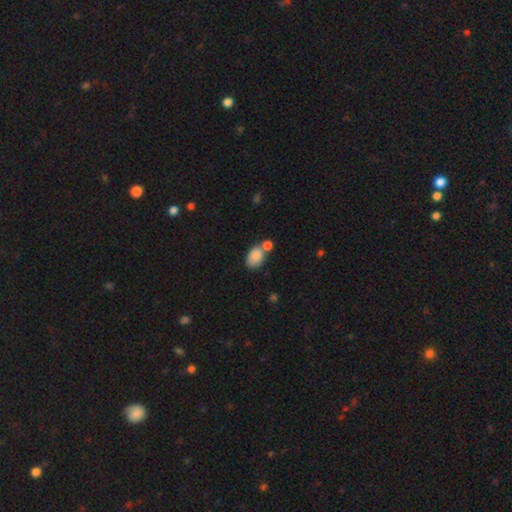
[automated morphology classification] Smooth or featured: smooth — 86% (star or artifact — 8%)
How rounded: in between — 85% (round — 14%)
Merging: none — 46% (merger — 35%)